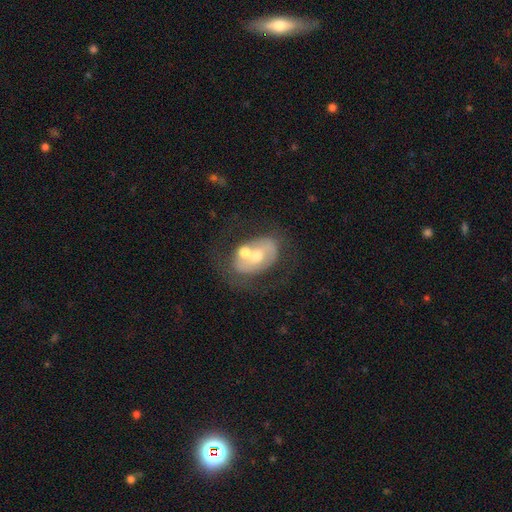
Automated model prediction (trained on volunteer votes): Morphology: type=featured or disk (54%); edge-on=no (95%); bar=no (75%); spiral arms=no (71%); bulge=moderate (68%); merging=none (40%).